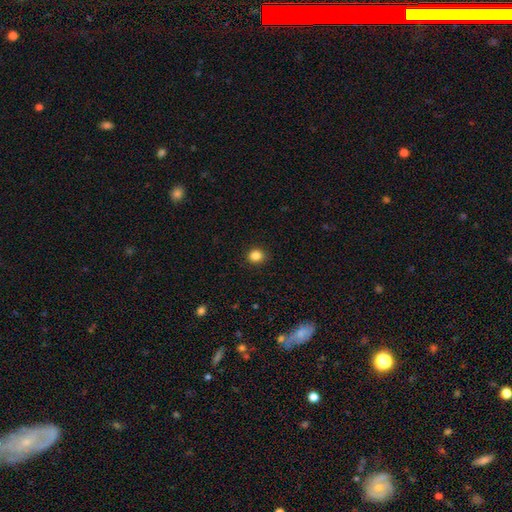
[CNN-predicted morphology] A smooth galaxy with no disk features (85%) that is round (78%).

Vote fractions:
- Smooth or featured? smooth: 85% / star or artifact: 11% / featured or disk: 3%
- How rounded? round: 78% / in between: 21% / cigar-shaped: 1%
- Merging? none: 90% / minor disturbance: 7% / major disturbance: 2% / merger: 1%